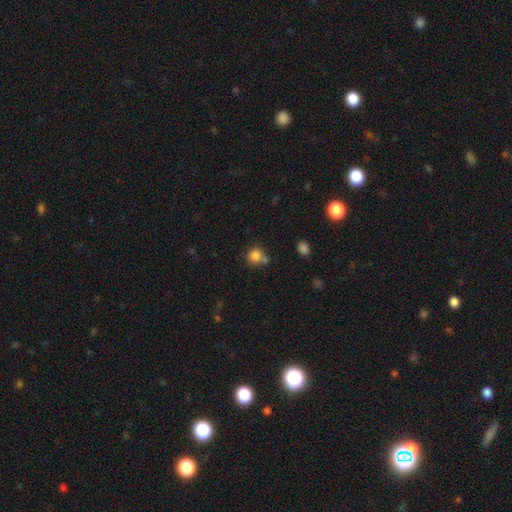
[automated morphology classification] A smooth galaxy with no disk features (83%) that is round (86%). Merging: none (58%).